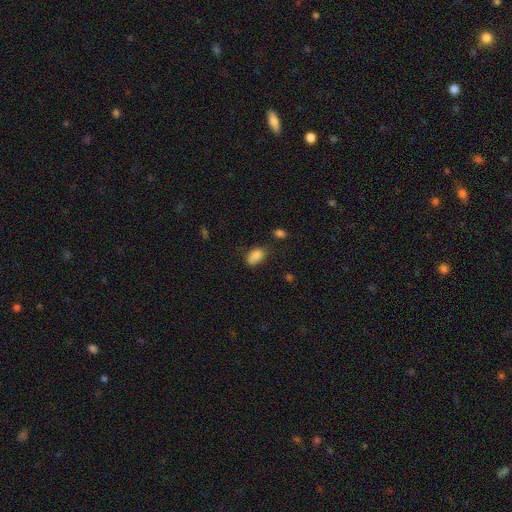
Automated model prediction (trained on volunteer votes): A smooth galaxy with no disk features (86%) that is in between round and cigar-shaped (91%).

Vote fractions:
- Smooth or featured? smooth: 86% / star or artifact: 9% / featured or disk: 5%
- How rounded? in between: 91% / round: 7% / cigar-shaped: 2%
- Merging? none: 63% / minor disturbance: 26% / major disturbance: 7% / merger: 4%